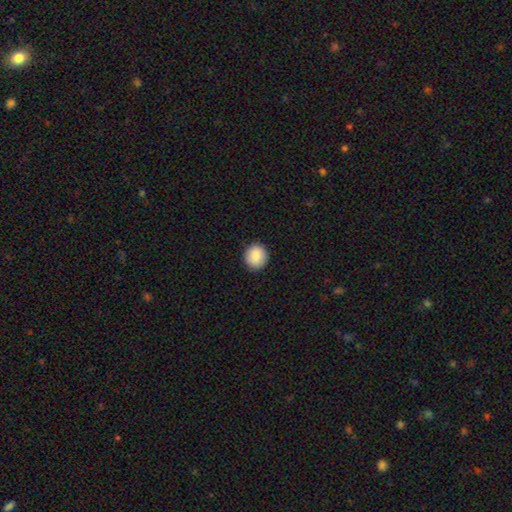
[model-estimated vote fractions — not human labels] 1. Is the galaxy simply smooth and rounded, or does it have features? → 88% smooth, 8% star or artifact, 4% featured or disk.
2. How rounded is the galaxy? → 87% round, 12% in between, 1% cigar-shaped.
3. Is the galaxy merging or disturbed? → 91% none, 6% minor disturbance, 2% major disturbance, 1% merger.